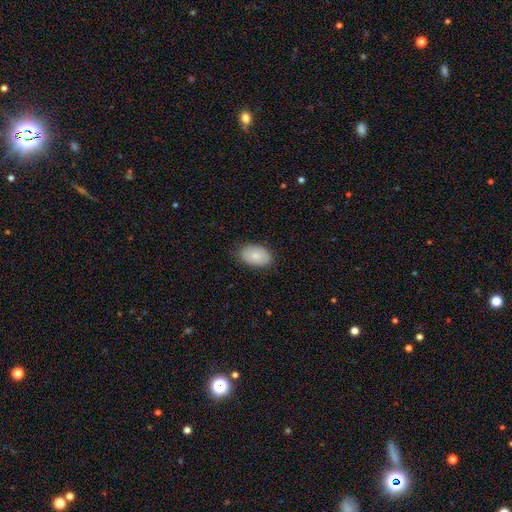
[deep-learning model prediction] Overall: smooth (83%). How rounded: in between (90%). Merging: none (82%).